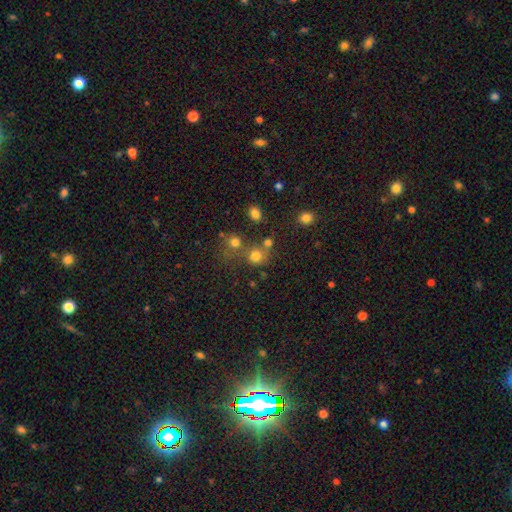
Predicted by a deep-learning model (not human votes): Smooth or featured: smooth — 75% (star or artifact — 17%)
How rounded: round — 84% (in between — 15%)
Merging: none — 57% (merger — 27%)